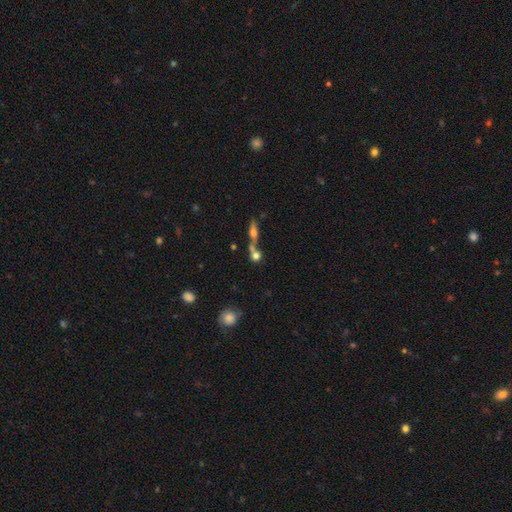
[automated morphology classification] Smooth or featured: smooth — 66% (featured or disk — 21%)
How rounded: round — 71% (in between — 21%)
Merging: merger — 46% (none — 42%)